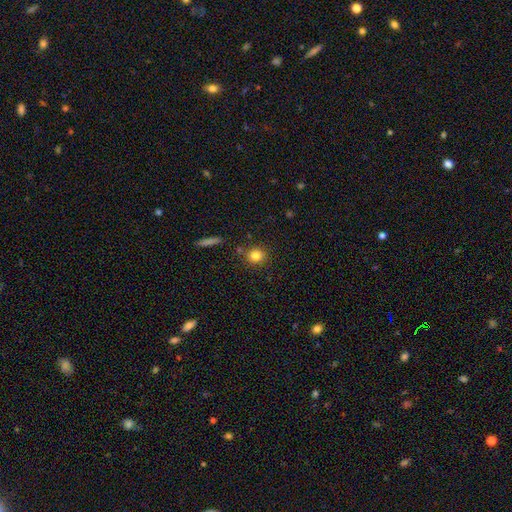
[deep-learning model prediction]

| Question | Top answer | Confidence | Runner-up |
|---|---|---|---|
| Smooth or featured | smooth | 82% | star or artifact (11%) |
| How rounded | round | 87% | in between (12%) |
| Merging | none | 82% | minor disturbance (9%) |